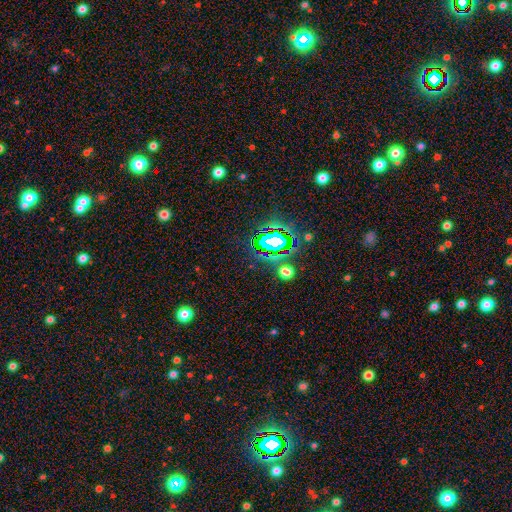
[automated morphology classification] Overall: star or artifact (76%).